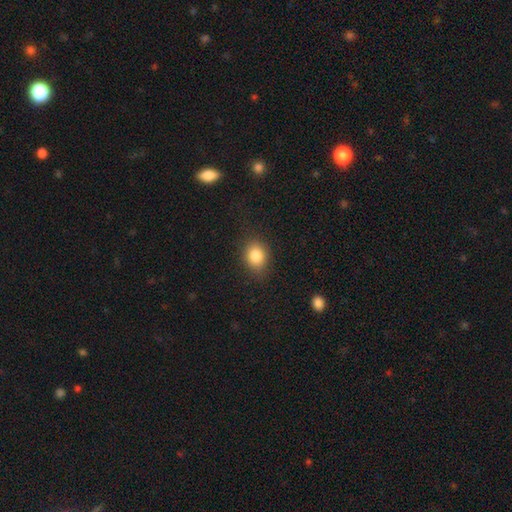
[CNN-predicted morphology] Smooth or featured? Predicted: smooth (p=0.83). How rounded? Predicted: in between (p=0.53). Merging? Predicted: none (p=0.83).